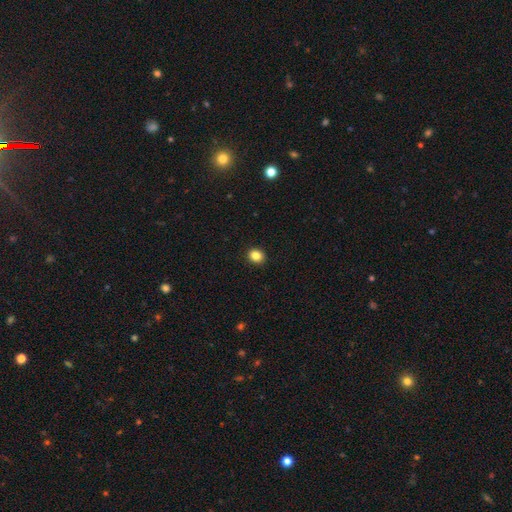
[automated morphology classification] Smooth or featured? smooth (84%)
How rounded? round (62%)
Merging? none (91%)